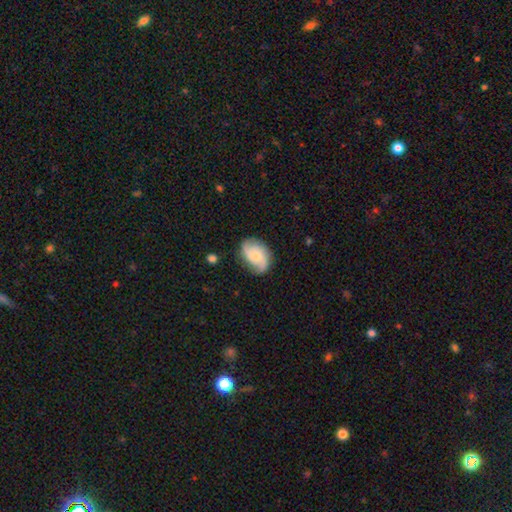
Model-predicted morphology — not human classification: This appears to be a featured or disk galaxy (70%) with no bar (62%), 2 (64%) medium (44%) spiral arms (95%) and a small central bulge (52%). Merging: none (73%).